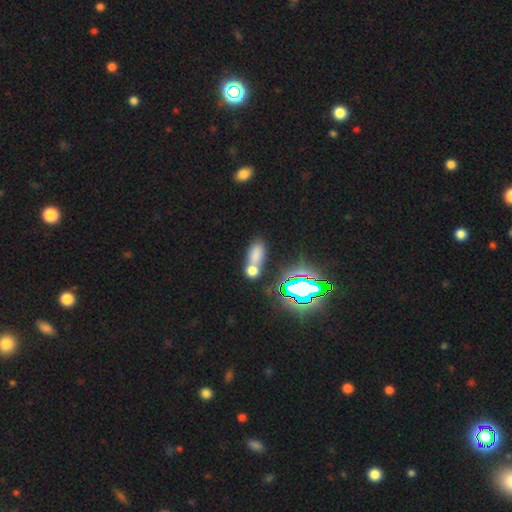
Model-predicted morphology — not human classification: smooth_or_featured: smooth (p=0.64) [alt: star or artifact p=0.25]
how_rounded: in between (p=0.78) [alt: round p=0.13]
merging: merger (p=0.49) [alt: none p=0.36]